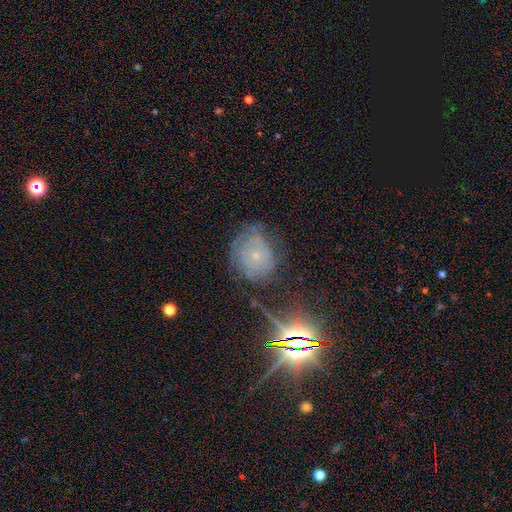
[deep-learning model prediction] The model was most divided on "smooth or featured": featured or disk: 57%, smooth: 23%, star or artifact: 20%. More confident: edge-on disk — no (95%); bar — no (85%); spiral arms — yes (78%); bulge size — small (78%); merging — none (61%).